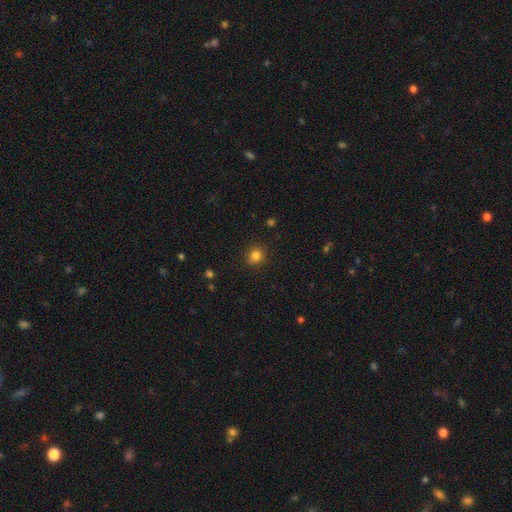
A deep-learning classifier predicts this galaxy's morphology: Q: Smooth or featured?
A: smooth (82%); runner-up: star or artifact (13%)
Q: How rounded?
A: round (86%); runner-up: in between (13%)
Q: Merging?
A: none (89%); runner-up: minor disturbance (8%)